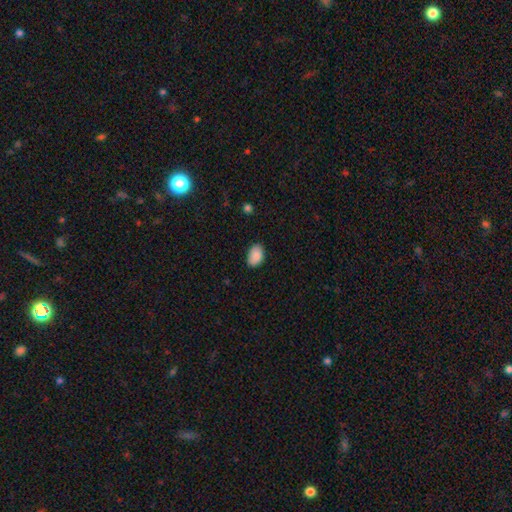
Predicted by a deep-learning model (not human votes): Smooth or featured? Predicted: smooth (p=0.88). How rounded? Predicted: in between (p=0.88). Merging? Predicted: none (p=0.82).